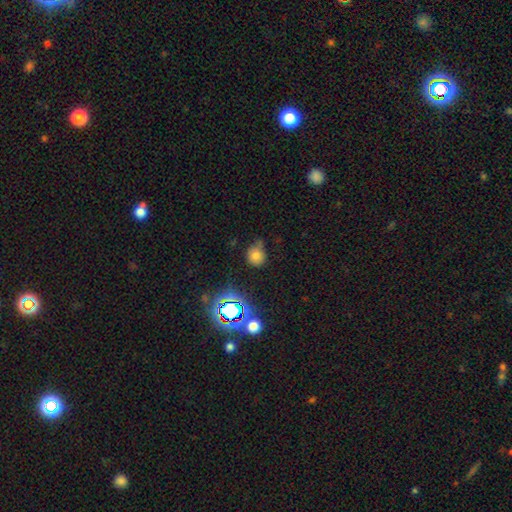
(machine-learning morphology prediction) This appears to be a smooth galaxy with no disk features (71%) that is round (78%). Merging: none (51%).